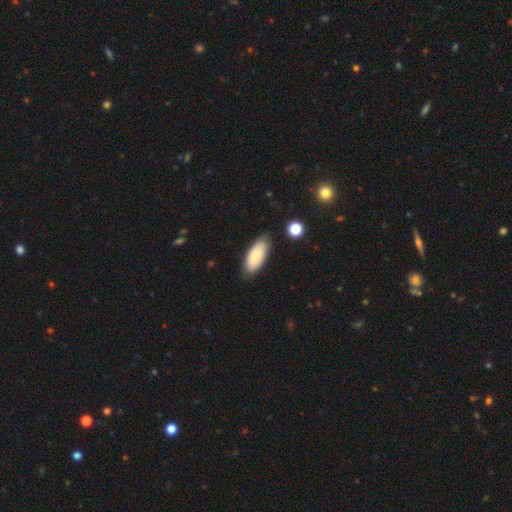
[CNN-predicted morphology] This is likely a smooth galaxy (78%). How rounded: clearly in between (88%). Merging: likely none (79%).